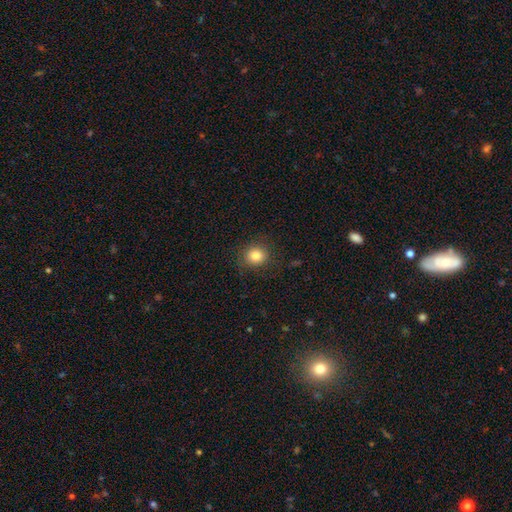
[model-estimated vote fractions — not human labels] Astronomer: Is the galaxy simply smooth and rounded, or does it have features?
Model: smooth — 84%.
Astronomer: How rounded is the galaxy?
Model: round — 82%.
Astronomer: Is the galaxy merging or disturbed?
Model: none — 86%.